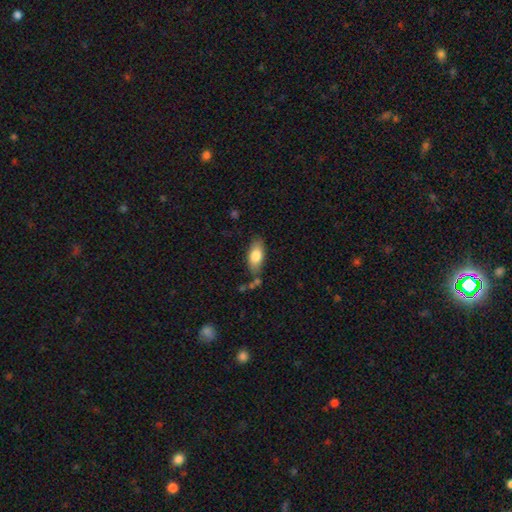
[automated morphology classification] A smooth galaxy with no disk features (78%) that is in between round and cigar-shaped (87%). Merging: none (71%).